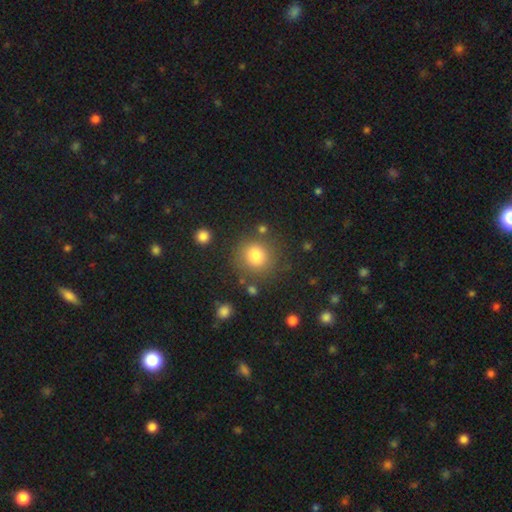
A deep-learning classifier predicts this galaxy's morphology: A smooth galaxy with no disk features (80%) that is round (89%).

Vote fractions:
- Smooth or featured? smooth: 80% / star or artifact: 12% / featured or disk: 8%
- How rounded? round: 89% / in between: 10% / cigar-shaped: 1%
- Merging? none: 80% / minor disturbance: 10% / merger: 5% / major disturbance: 5%